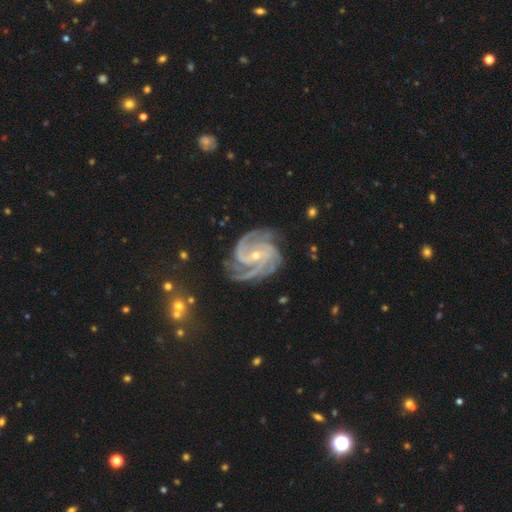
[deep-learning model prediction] Smooth or featured?
  - featured or disk: 94% *
  - star or artifact: 4%
  - smooth: 2%
Edge-on disk?
  - no: 98% *
  - yes: 2%
Bar?
  - no: 38% *
  - weak: 37%
  - strong: 24%
Spiral arms?
  - yes: 99% *
  - no: 1%
Spiral winding?
  - tight: 59% *
  - medium: 36%
  - loose: 4%
Spiral arm count?
  - 3: 46% *
  - 4: 21%
  - 2: 13%
  - can't tell: 7%
  - more than 4: 6%
  - 1: 6%
Bulge size?
  - small: 70% *
  - moderate: 28%
  - none: 1%
  - large: 1%
  - dominant: 1%
Merging?
  - none: 74% *
  - minor disturbance: 18%
  - major disturbance: 6%
  - merger: 2%